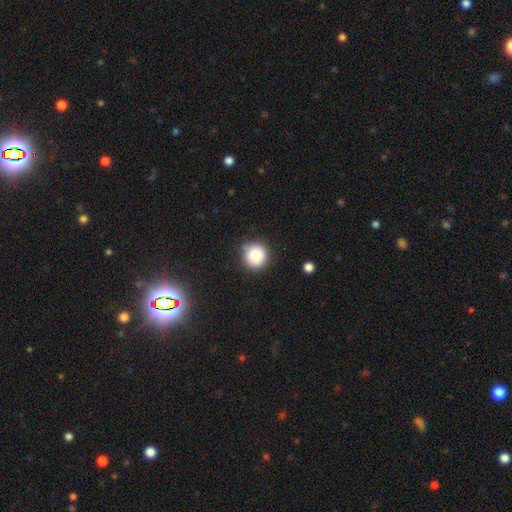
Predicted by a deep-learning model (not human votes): Smooth or featured?
  - smooth: 86% *
  - star or artifact: 10%
  - featured or disk: 4%
How rounded?
  - round: 93% *
  - in between: 6%
  - cigar-shaped: 1%
Merging?
  - none: 82% *
  - minor disturbance: 13%
  - major disturbance: 3%
  - merger: 2%